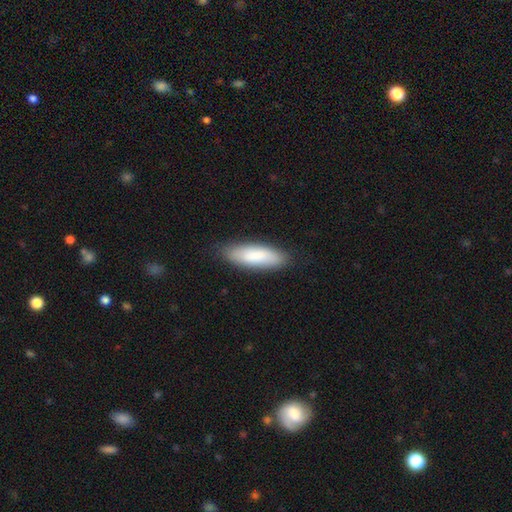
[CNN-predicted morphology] smooth_or_featured: smooth (p=0.84) [alt: featured or disk p=0.11]
how_rounded: in between (p=0.51) [alt: cigar-shaped p=0.47]
merging: none (p=0.85) [alt: minor disturbance p=0.12]